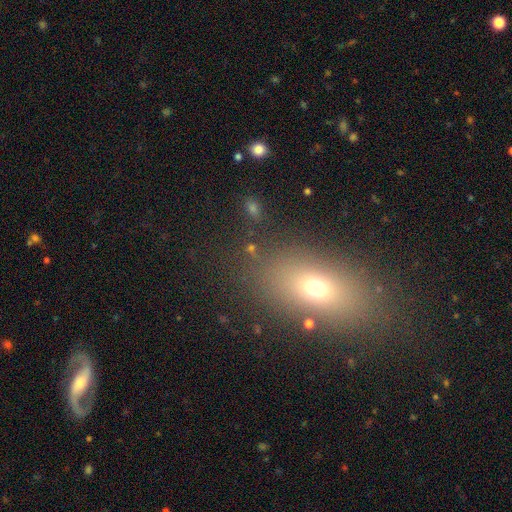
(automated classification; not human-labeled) smooth_or_featured: smooth (p=0.65) [alt: star or artifact p=0.18]
how_rounded: in between (p=0.75) [alt: round p=0.16]
merging: none (p=0.83) [alt: minor disturbance p=0.10]